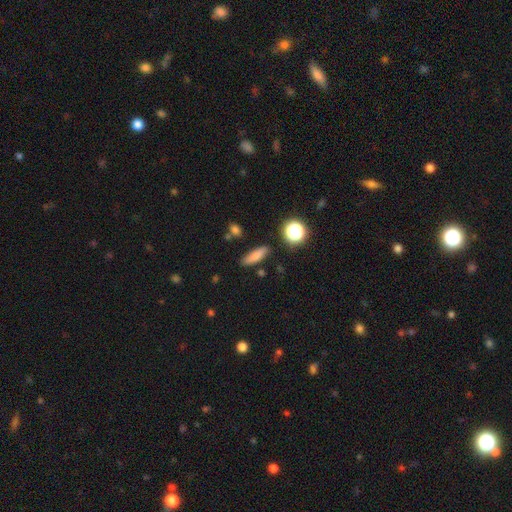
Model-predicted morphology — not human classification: Q: Smooth or featured?
A: smooth (76%); runner-up: featured or disk (12%)
Q: How rounded?
A: cigar-shaped (50%); runner-up: in between (43%)
Q: Merging?
A: none (83%); runner-up: minor disturbance (11%)